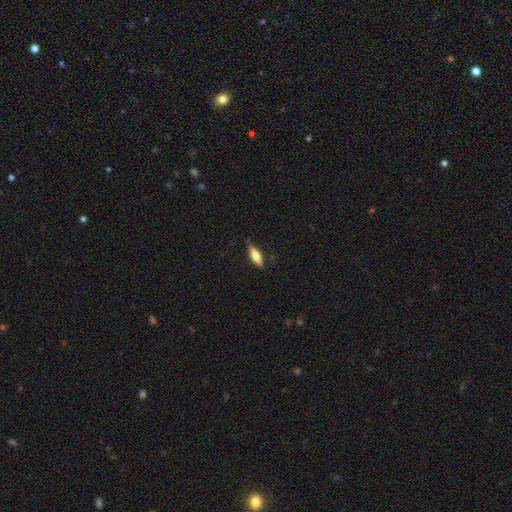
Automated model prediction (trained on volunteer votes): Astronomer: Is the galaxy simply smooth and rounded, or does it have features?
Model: smooth — 63%.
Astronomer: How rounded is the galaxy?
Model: cigar-shaped — 52% (runner-up: in between, 46%).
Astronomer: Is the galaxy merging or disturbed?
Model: none — 83%.